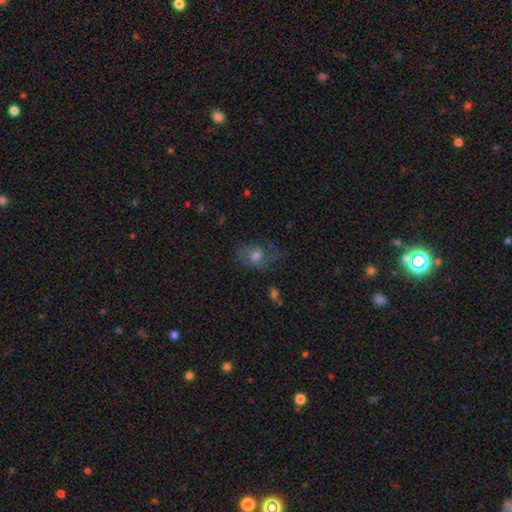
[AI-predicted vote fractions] Smooth or featured? Predicted: featured or disk (p=0.42). Merging? Predicted: none (p=0.57).